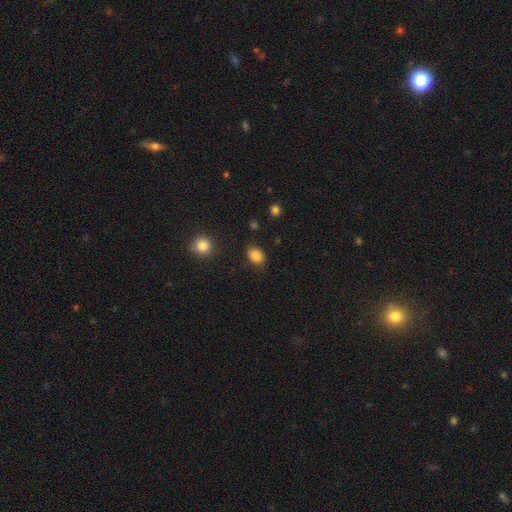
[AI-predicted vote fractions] This is clearly a smooth galaxy (86%). How rounded: likely in between (65%). Merging: clearly none (83%).